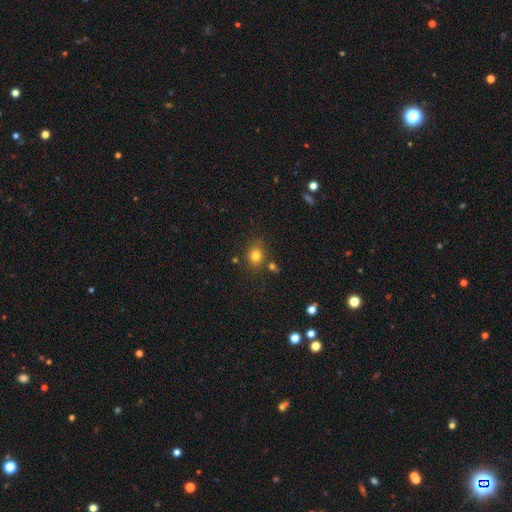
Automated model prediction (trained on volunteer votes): Smooth or featured? Predicted: smooth (p=0.79). How rounded? Predicted: round (p=0.65). Merging? Predicted: none (p=0.75).